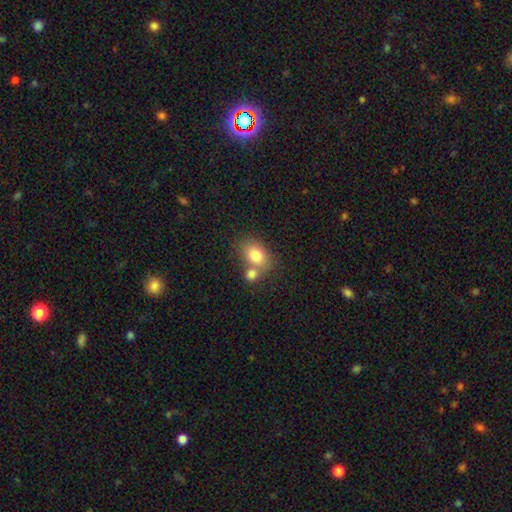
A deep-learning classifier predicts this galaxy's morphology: This is likely a smooth galaxy (79%). How rounded: likely in between (67%). Merging: marginally none (44%).